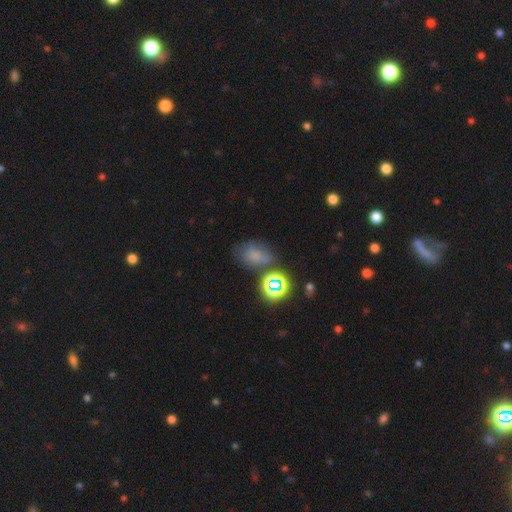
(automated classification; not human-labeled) Smooth or featured: smooth — 57% (star or artifact — 26%)
How rounded: in between — 66% (round — 32%)
Merging: none — 53% (minor disturbance — 23%)